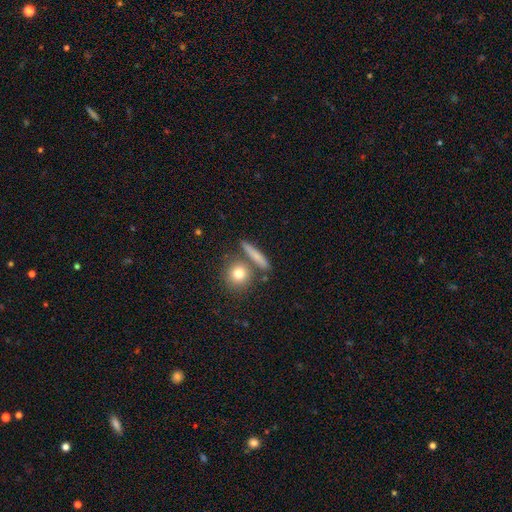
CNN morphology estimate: Overall: smooth (70%). How rounded: cigar-shaped (61%; round 24%). Merging: none (75%).